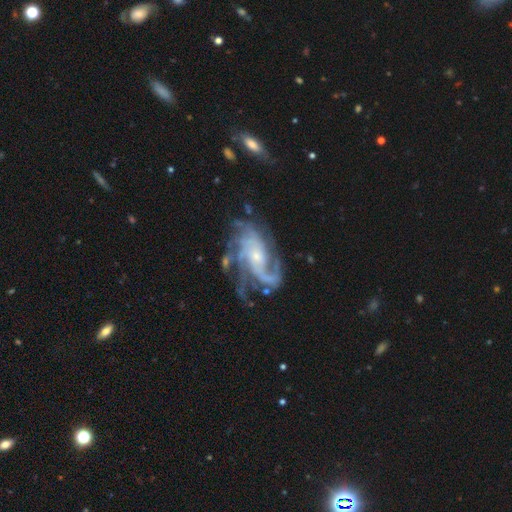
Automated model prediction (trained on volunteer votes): This appears to be a featured or disk galaxy (91%) with no bar (65%), 3 (28%) tight (43%, tied with medium) spiral arms (98%) and a small central bulge (61%). Merging: none (62%).